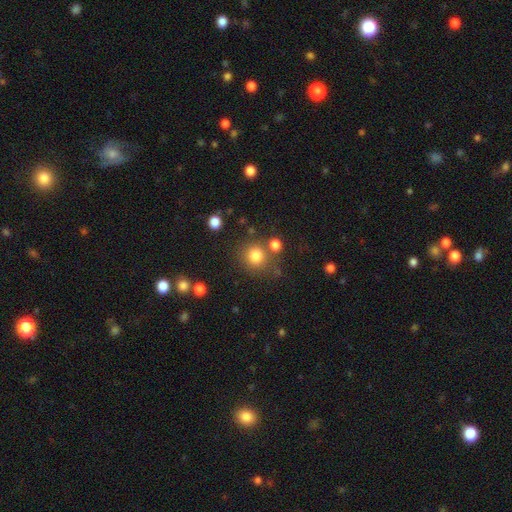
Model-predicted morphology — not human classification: Smooth or featured? Predicted: smooth (p=0.80). How rounded? Predicted: round (p=0.89). Merging? Predicted: none (p=0.75).